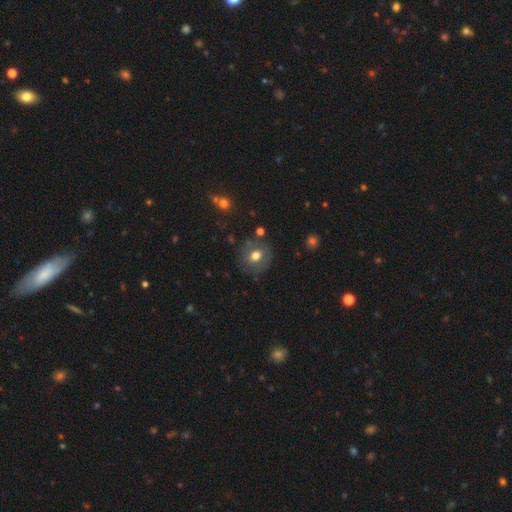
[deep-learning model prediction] smooth 67%, featured or disk 23%, star or artifact 10%. Down the decision tree: how rounded — round (75%); merging — none (80%).